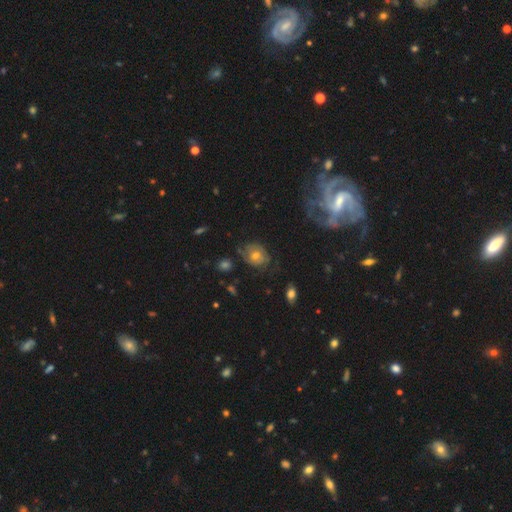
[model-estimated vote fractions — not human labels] featured or disk 45%, smooth 42%, star or artifact 13%. Down the decision tree: merging — none (62%).